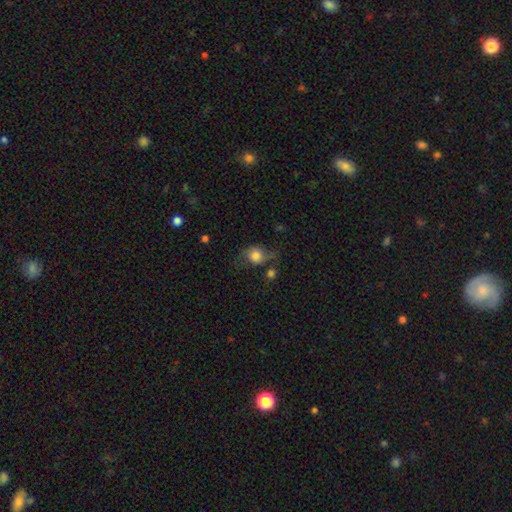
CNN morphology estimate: Overall: smooth (62%; featured or disk 29%). How rounded: round (64%; in between 35%). Merging: none (45%; minor disturbance 26%).